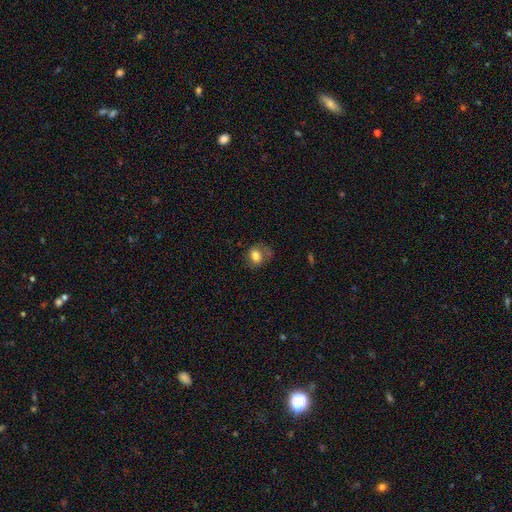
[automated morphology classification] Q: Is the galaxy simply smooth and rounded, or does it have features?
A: smooth — 76%.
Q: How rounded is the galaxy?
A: in between — 50%.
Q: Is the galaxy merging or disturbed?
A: none — 52%.